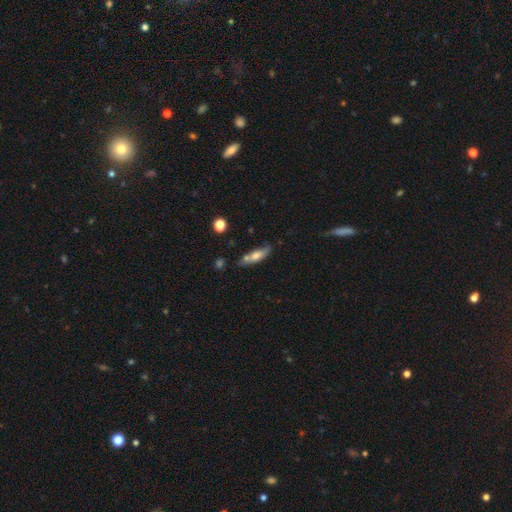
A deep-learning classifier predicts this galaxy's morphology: Smooth or featured? smooth (53%)
How rounded? cigar-shaped (64%)
Merging? none (65%)